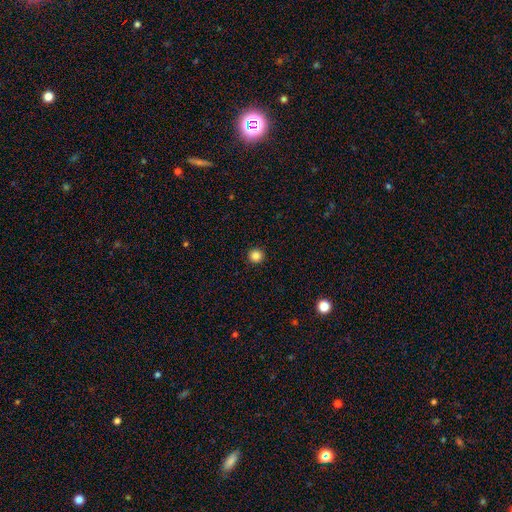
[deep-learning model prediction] The model was most divided on "smooth or featured": smooth: 85%, star or artifact: 11%, featured or disk: 4%. More confident: how rounded — round (96%); merging — none (94%).